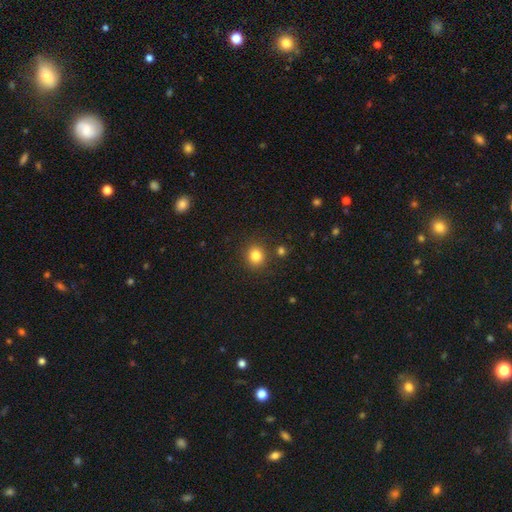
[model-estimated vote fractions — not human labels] smooth 82%, star or artifact 12%, featured or disk 5%. Down the decision tree: how rounded — round (86%); merging — none (86%).